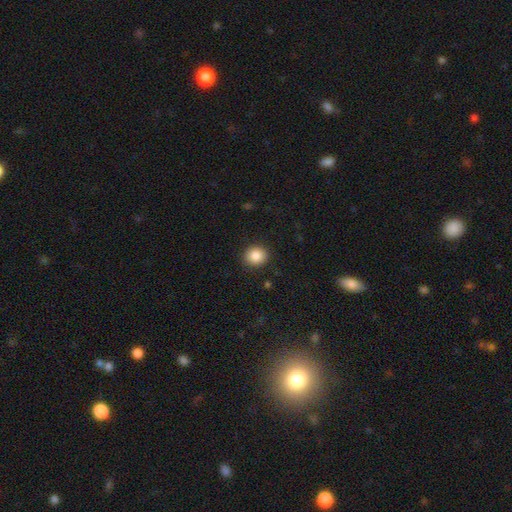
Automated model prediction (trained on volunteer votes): Smooth or featured? Predicted: smooth (p=0.87). How rounded? Predicted: round (p=0.79). Merging? Predicted: none (p=0.90).